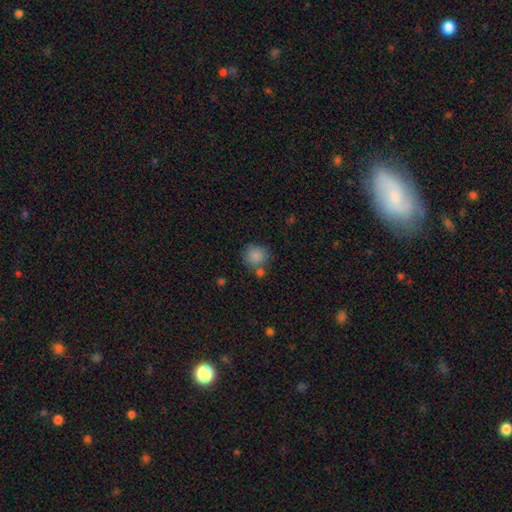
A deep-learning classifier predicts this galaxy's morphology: Smooth or featured?
  - smooth: 85% *
  - star or artifact: 10%
  - featured or disk: 6%
How rounded?
  - round: 86% *
  - in between: 13%
  - cigar-shaped: 1%
Merging?
  - none: 63% *
  - merger: 18%
  - minor disturbance: 13%
  - major disturbance: 5%